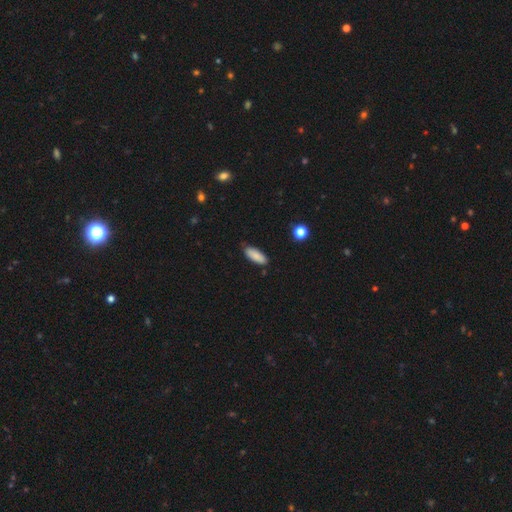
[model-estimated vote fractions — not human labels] Overall: smooth (87%). How rounded: in between (70%). Merging: none (83%).